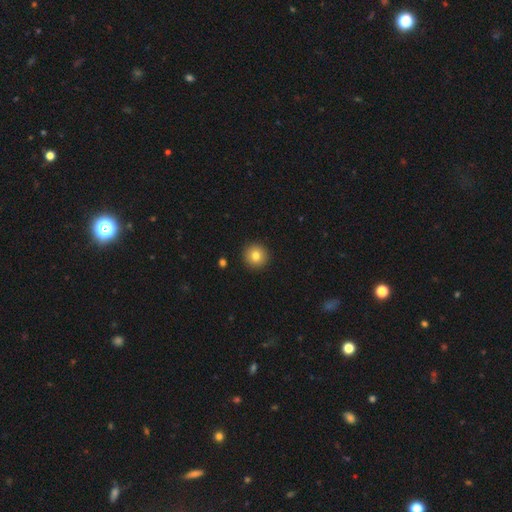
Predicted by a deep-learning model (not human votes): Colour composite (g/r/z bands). It shows a smooth galaxy with no disk features (80%) that is round (95%). Merging: none (93%).